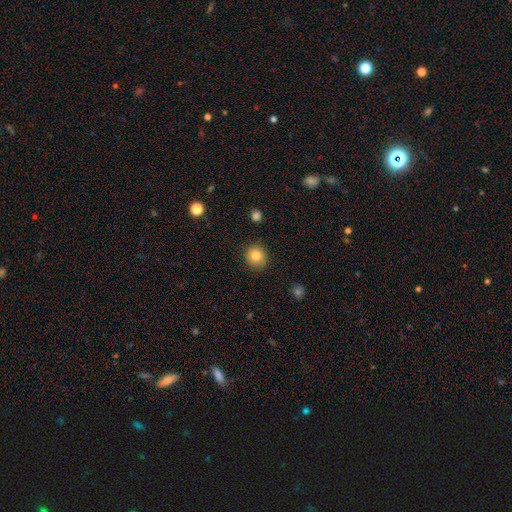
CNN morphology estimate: Smooth or featured? smooth (84%)
How rounded? round (82%)
Merging? none (87%)